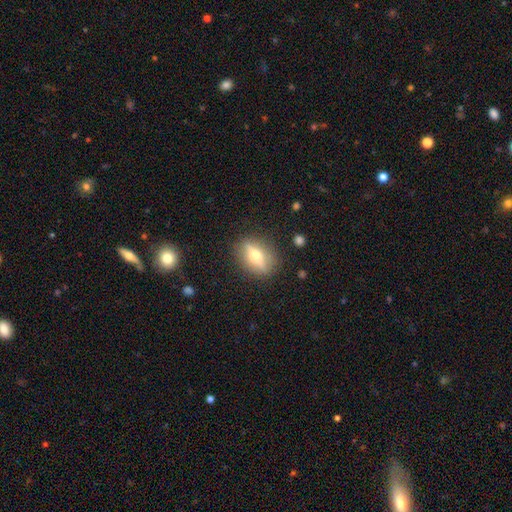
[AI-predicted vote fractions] A featured or disk galaxy (57%) viewed edge-on (77%). Merging: none (85%).